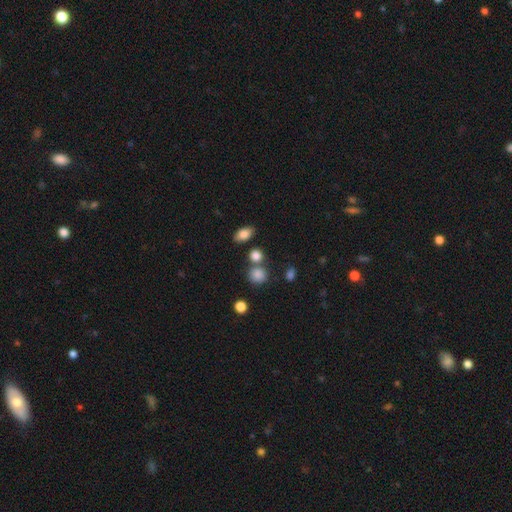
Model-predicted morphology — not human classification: Smooth or featured? Predicted: smooth (p=0.83). How rounded? Predicted: round (p=0.71). Merging? Predicted: none (p=0.68).